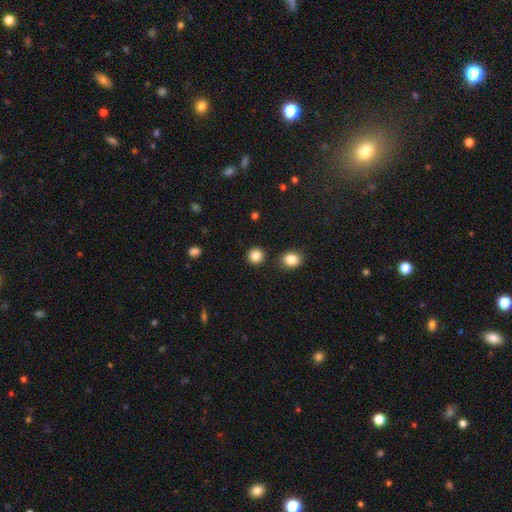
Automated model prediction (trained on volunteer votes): smooth 86%, star or artifact 10%, featured or disk 4%. Down the decision tree: how rounded — round (91%); merging — none (89%).